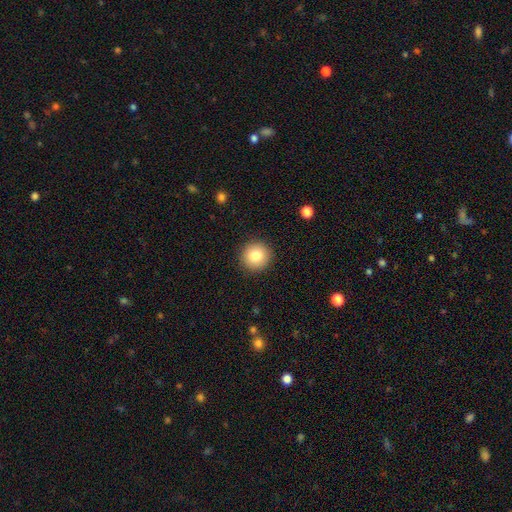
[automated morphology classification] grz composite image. It shows a smooth galaxy with no disk features (81%) that is round (95%). Merging: none (92%).